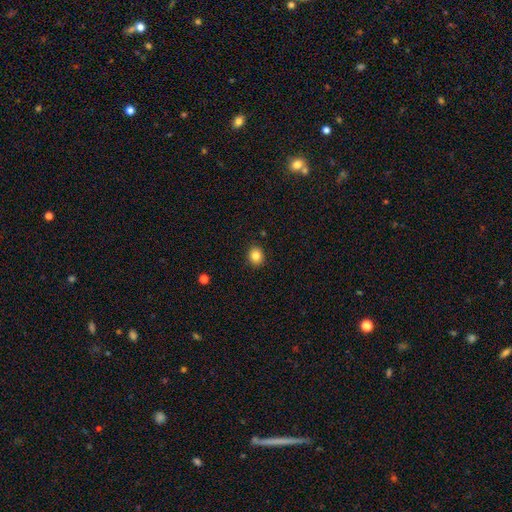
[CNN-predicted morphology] The model was most divided on "how rounded": round: 73%, in between: 26%, cigar-shaped: 1%. More confident: merging — none (91%); smooth or featured — smooth (83%).